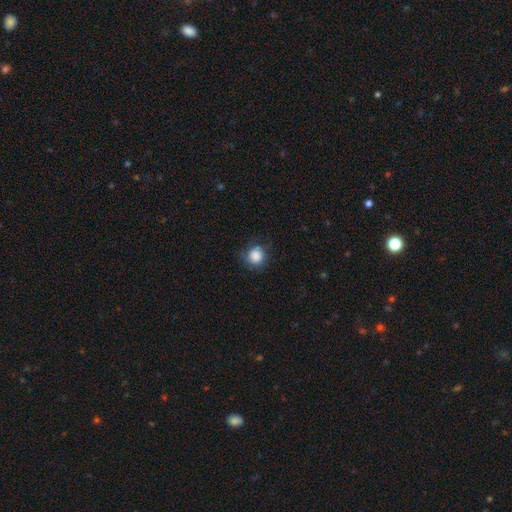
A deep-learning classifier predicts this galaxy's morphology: A smooth galaxy with no disk features (85%) that is round (88%). Merging: none (72%).